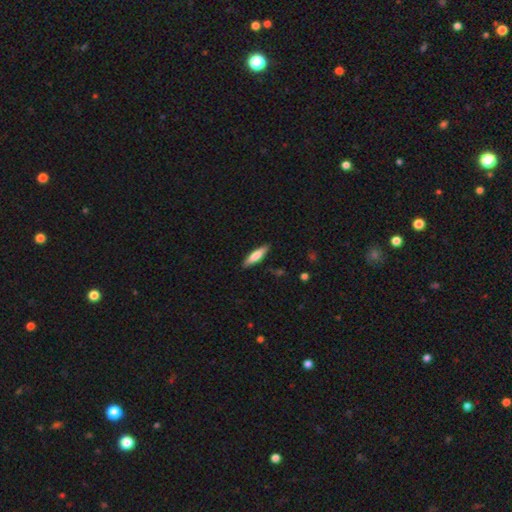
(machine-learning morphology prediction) A smooth galaxy with no disk features (71%) that is cigar-shaped (72%).

Vote fractions:
- Smooth or featured? smooth: 71% / featured or disk: 23% / star or artifact: 6%
- How rounded? cigar-shaped: 72% / in between: 26% / round: 2%
- Merging? none: 88% / minor disturbance: 9% / major disturbance: 2% / merger: 1%